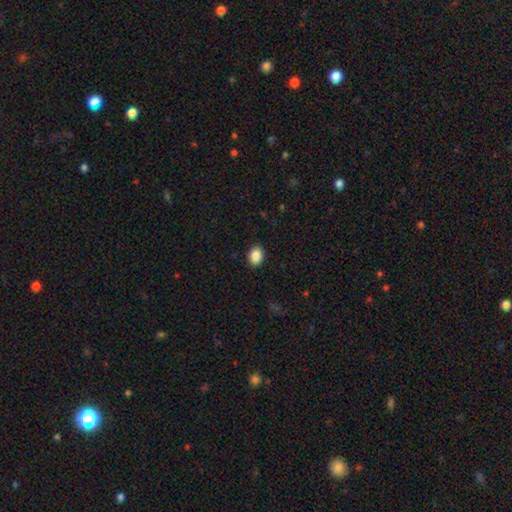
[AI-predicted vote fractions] Morphology: type=smooth (88%); roundness=in between (62%); merging=none (90%).